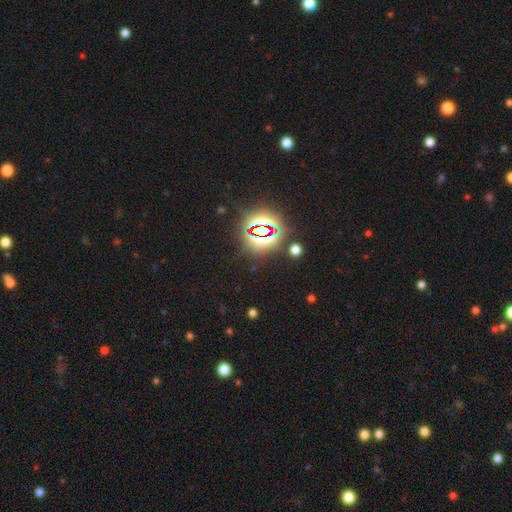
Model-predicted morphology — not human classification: Smooth or featured? star or artifact (82%)